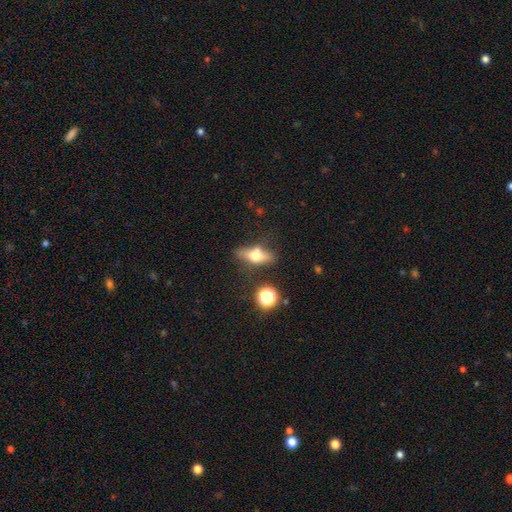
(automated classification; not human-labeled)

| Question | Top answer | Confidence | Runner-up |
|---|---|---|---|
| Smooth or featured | smooth | 51% | featured or disk (39%) |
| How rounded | in between | 58% | cigar-shaped (32%) |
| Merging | none | 71% | minor disturbance (17%) |